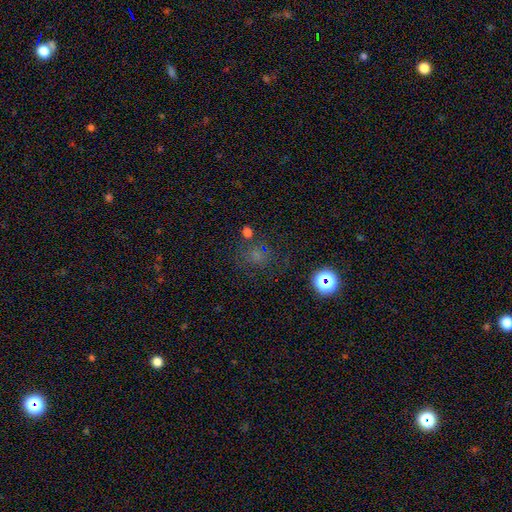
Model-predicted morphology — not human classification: This appears to be a smooth galaxy with no disk features (51%) that is round (76%). Merging: none (67%).